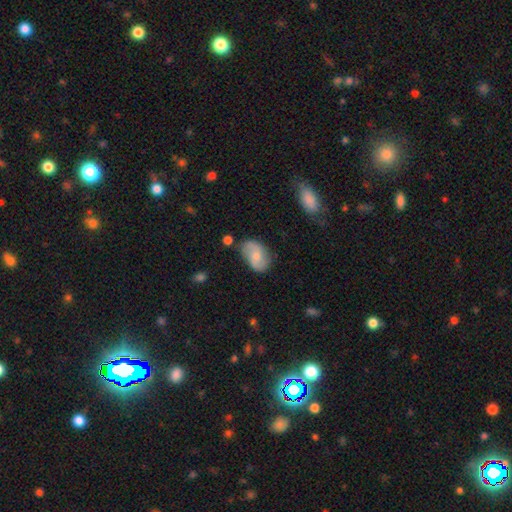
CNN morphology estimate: A smooth galaxy with no disk features (48%).

Vote fractions:
- Smooth or featured? smooth: 48% / featured or disk: 45% / star or artifact: 7%
- Merging? none: 67% / minor disturbance: 23% / major disturbance: 6% / merger: 4%